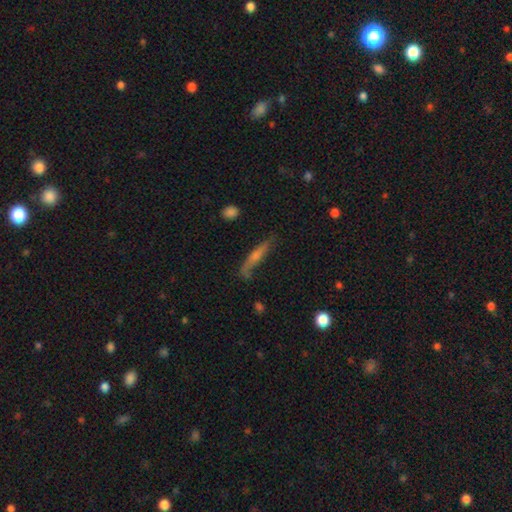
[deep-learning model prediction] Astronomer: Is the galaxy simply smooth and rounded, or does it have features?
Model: smooth — 48% (runner-up: featured or disk, 43%).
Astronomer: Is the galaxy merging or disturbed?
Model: none — 66%.